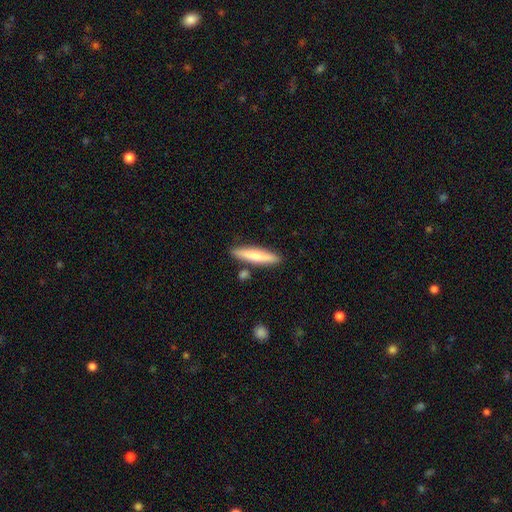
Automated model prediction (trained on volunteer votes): Smooth or featured? smooth (69%)
How rounded? cigar-shaped (85%)
Merging? none (85%)